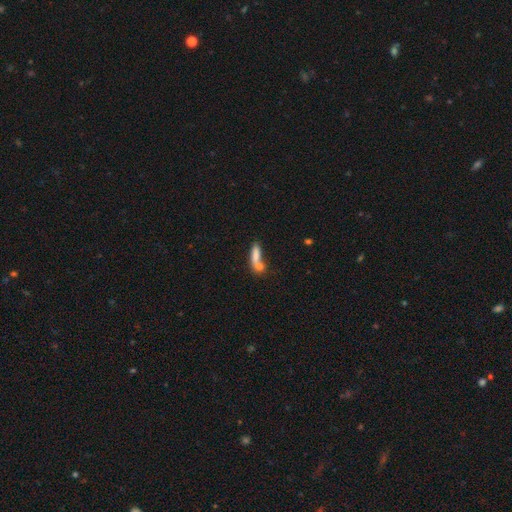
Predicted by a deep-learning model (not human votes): A smooth galaxy with no disk features (75%) that is cigar-shaped (58%).

Vote fractions:
- Smooth or featured? smooth: 75% / featured or disk: 16% / star or artifact: 9%
- How rounded? cigar-shaped: 58% / in between: 38% / round: 4%
- Merging? merger: 47% / none: 35% / minor disturbance: 12% / major disturbance: 7%